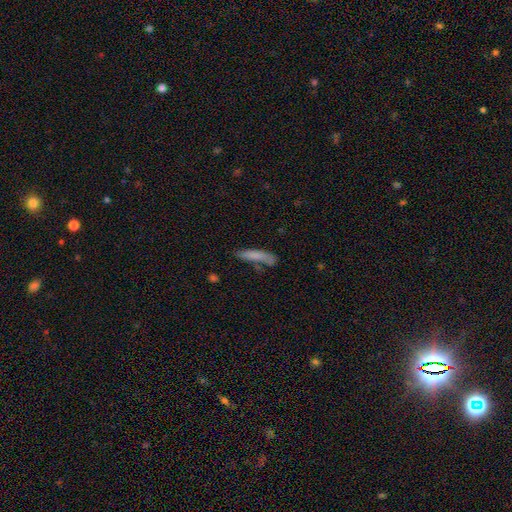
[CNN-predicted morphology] This is likely a smooth galaxy (76%). How rounded: clearly cigar-shaped (82%). Merging: likely none (63%).